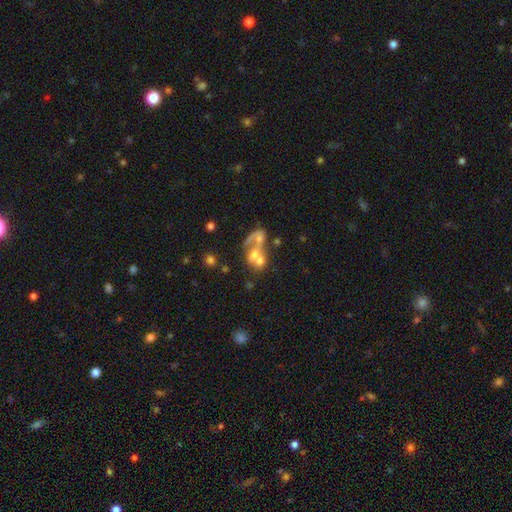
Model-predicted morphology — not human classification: type=featured or disk (47%); merging=merger (66%).